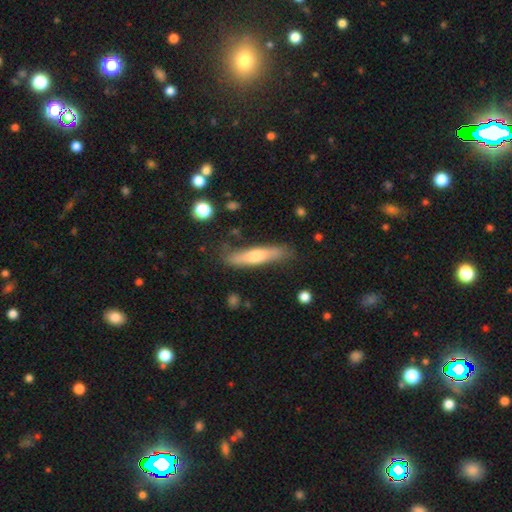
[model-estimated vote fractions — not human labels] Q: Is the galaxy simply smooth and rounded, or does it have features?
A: smooth — 56%.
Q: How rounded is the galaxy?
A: cigar-shaped — 84%.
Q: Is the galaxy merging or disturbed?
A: none — 77%.